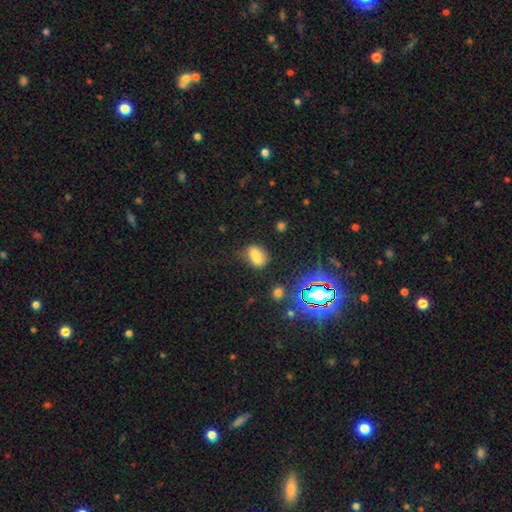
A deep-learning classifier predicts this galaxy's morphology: Smooth or featured: smooth — 74% (star or artifact — 15%)
How rounded: in between — 73% (round — 24%)
Merging: none — 65% (minor disturbance — 24%)